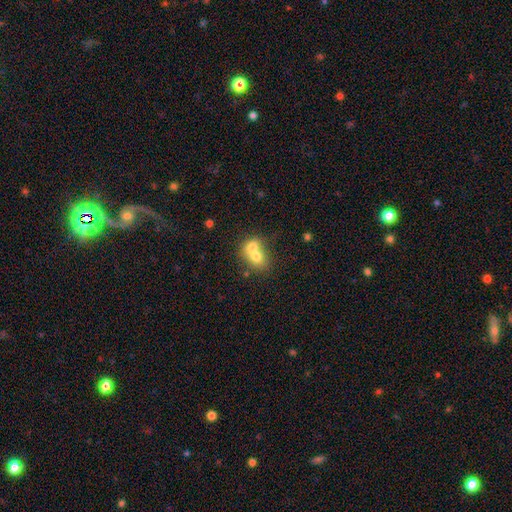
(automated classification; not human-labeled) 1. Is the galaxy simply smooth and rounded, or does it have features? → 67% smooth, 24% featured or disk, 10% star or artifact.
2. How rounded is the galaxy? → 52% round, 47% in between, 1% cigar-shaped.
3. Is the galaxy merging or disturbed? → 72% merger, 20% none, 5% minor disturbance, 3% major disturbance.